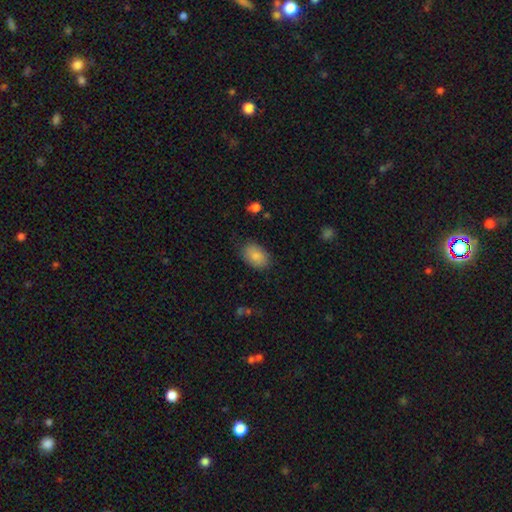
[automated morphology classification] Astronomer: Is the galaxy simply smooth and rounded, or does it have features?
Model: smooth — 86%.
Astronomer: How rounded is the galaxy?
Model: in between — 88%.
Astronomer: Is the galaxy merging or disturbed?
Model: none — 83%.